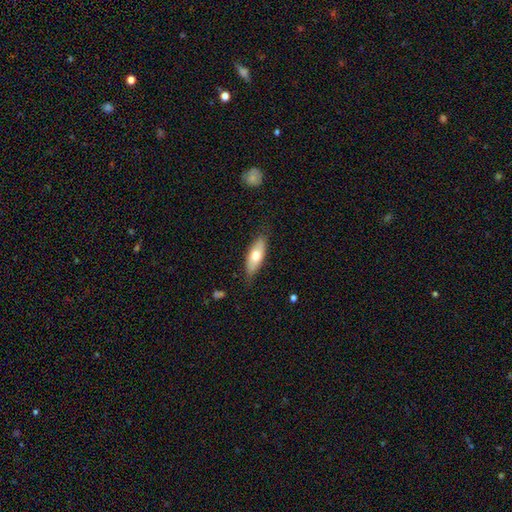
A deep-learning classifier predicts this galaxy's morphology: This is likely a smooth galaxy (66%). How rounded: likely in between (70%). Merging: clearly none (80%).